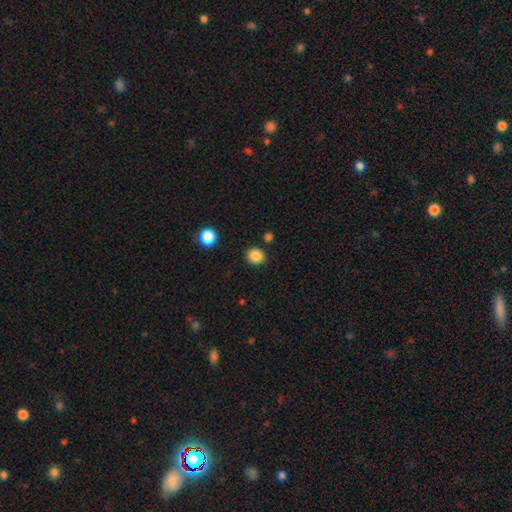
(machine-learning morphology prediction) This appears to be a smooth galaxy with no disk features (86%) that is round (83%). Merging: none (88%).